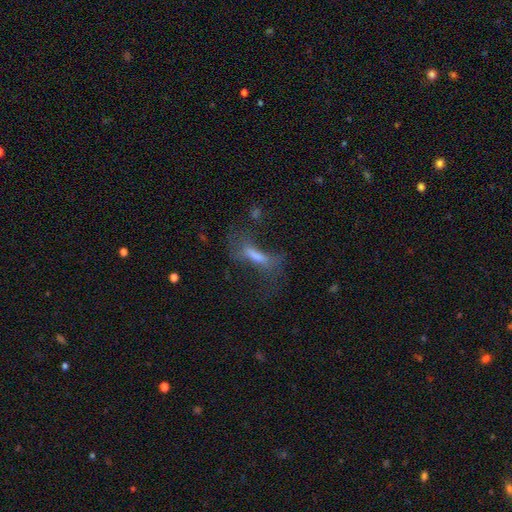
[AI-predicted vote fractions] The model was most divided on "merging": none: 39%, major disturbance: 36%, minor disturbance: 19%, merger: 6%. Remaining: smooth or featured — featured or disk (44%).